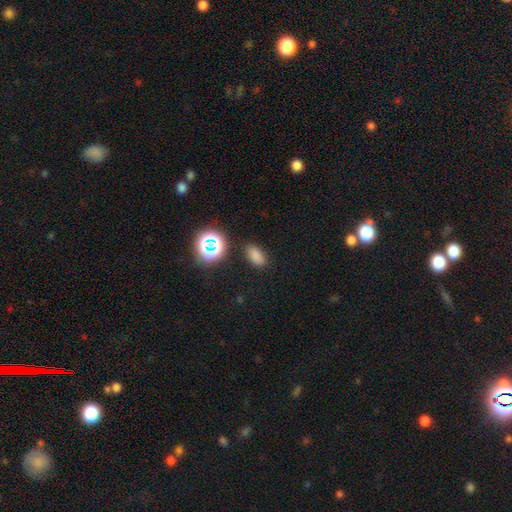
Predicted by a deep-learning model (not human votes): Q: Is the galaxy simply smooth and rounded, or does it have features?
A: smooth — 76%.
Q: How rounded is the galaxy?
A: in between — 88%.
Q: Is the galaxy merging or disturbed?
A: none — 84%.